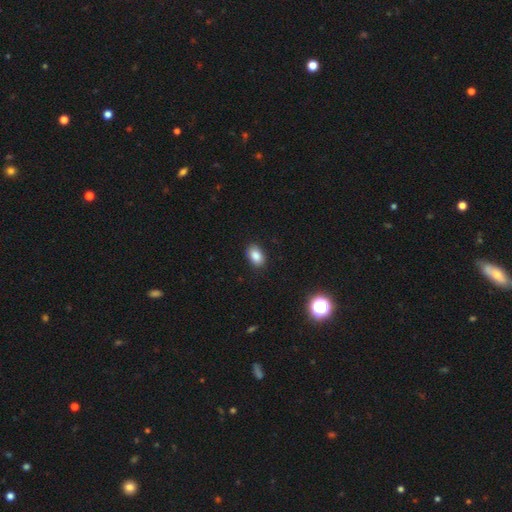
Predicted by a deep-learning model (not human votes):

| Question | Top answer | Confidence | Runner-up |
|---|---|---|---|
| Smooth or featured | smooth | 86% | star or artifact (9%) |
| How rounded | in between | 86% | round (13%) |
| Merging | none | 86% | minor disturbance (11%) |